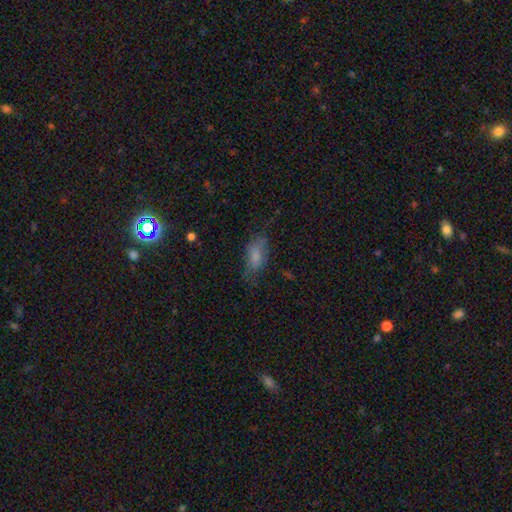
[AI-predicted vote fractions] Morphology: type=smooth (70%); roundness=in between (82%); merging=none (56%).